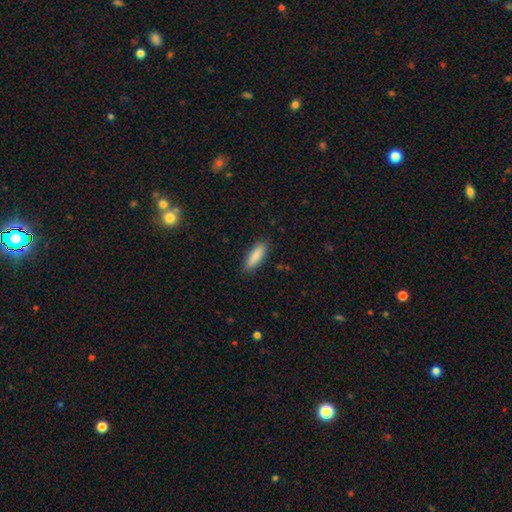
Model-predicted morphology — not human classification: type=smooth (88%); roundness=in between (51%); merging=none (86%).